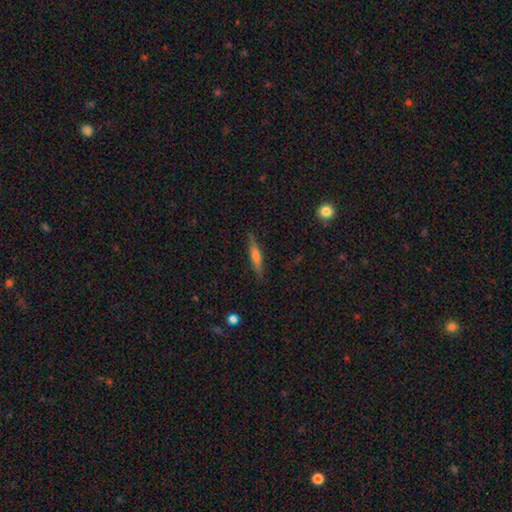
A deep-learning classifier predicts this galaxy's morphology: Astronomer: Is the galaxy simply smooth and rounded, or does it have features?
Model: featured or disk — 52% (runner-up: smooth, 40%).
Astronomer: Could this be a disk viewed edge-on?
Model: yes — 95%.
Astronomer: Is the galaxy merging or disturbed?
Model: none — 86%.